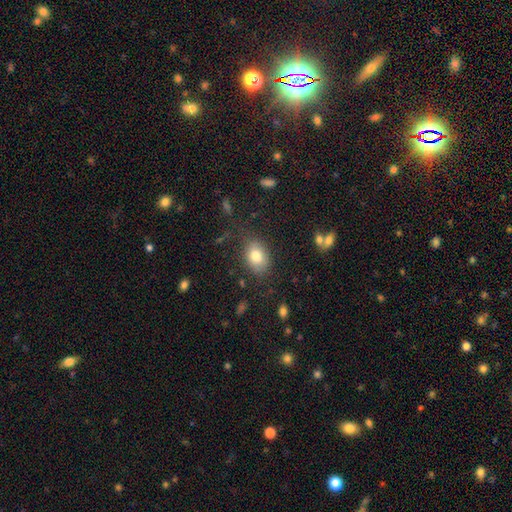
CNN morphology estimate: Overall: smooth (79%). How rounded: in between (70%). Merging: none (75%).